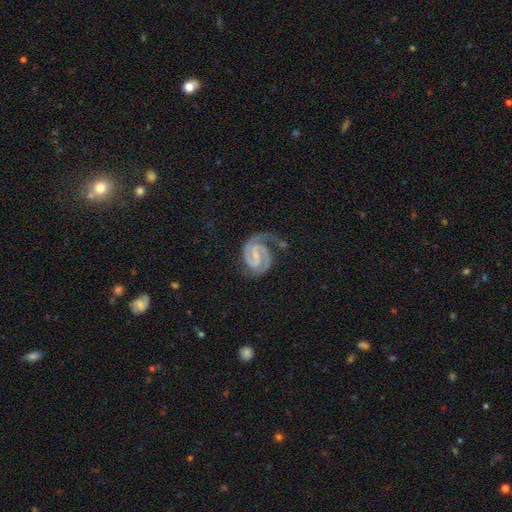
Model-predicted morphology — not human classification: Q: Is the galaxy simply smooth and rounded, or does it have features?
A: featured or disk — 91%.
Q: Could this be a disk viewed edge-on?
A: no — 98%.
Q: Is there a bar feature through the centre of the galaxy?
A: weak — 46%.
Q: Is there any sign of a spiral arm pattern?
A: yes — 98%.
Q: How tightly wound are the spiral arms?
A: tight — 52%.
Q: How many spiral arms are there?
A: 2 — 91%.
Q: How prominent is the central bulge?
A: small — 52%.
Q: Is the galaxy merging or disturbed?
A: none — 63%.